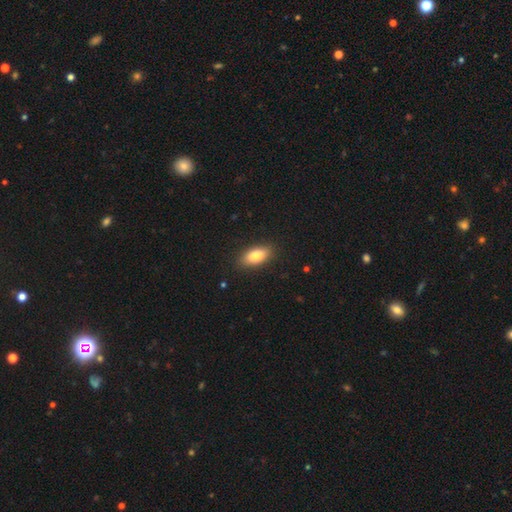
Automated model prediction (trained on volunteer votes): A smooth galaxy with no disk features (82%) that is in between round and cigar-shaped (86%). Merging: none (88%).